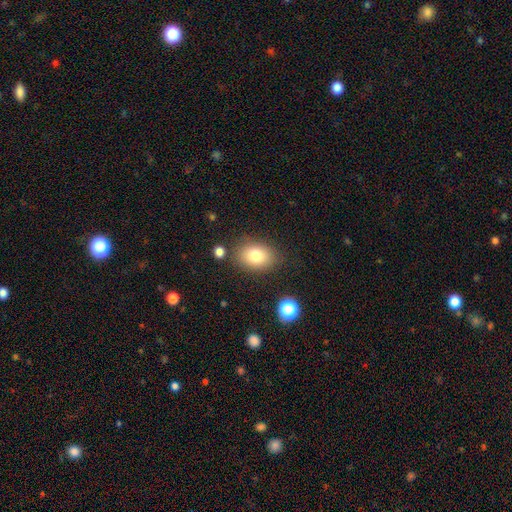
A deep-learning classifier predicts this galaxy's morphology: A smooth galaxy with no disk features (80%) that is in between round and cigar-shaped (74%).

Vote fractions:
- Smooth or featured? smooth: 80% / featured or disk: 10% / star or artifact: 10%
- How rounded? in between: 74% / round: 25% / cigar-shaped: 1%
- Merging? none: 80% / minor disturbance: 12% / merger: 4% / major disturbance: 4%